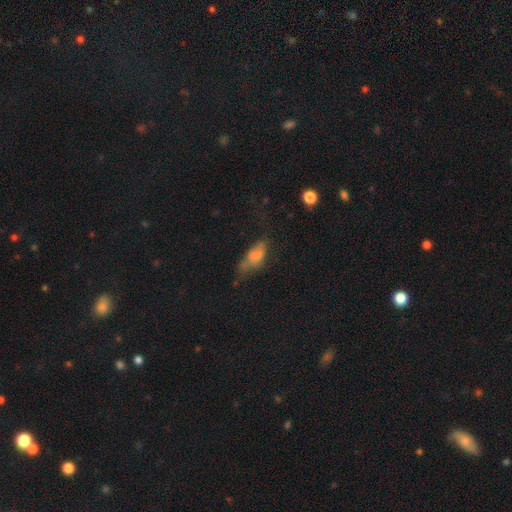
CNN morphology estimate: Smooth or featured?
  - smooth: 63% *
  - featured or disk: 24%
  - star or artifact: 12%
How rounded?
  - in between: 81% *
  - cigar-shaped: 15%
  - round: 4%
Merging?
  - major disturbance: 36% *
  - minor disturbance: 30%
  - none: 26%
  - merger: 8%